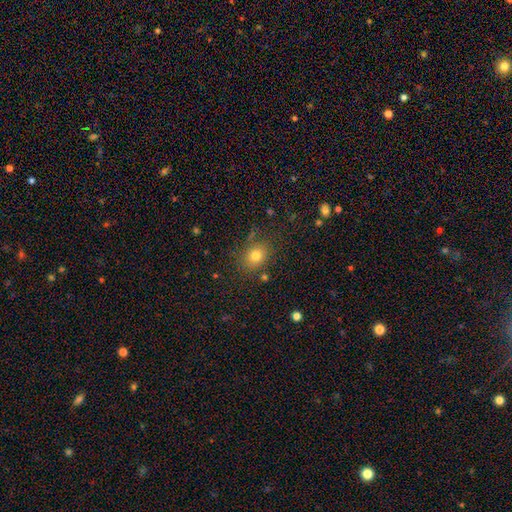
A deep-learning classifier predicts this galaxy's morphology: The model was most divided on "how rounded": round: 56%, in between: 43%, cigar-shaped: 1%. More confident: merging — none (79%); smooth or featured — smooth (77%).